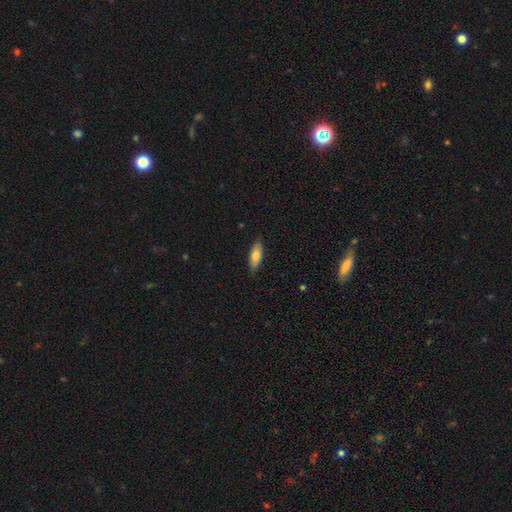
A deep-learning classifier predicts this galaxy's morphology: A smooth galaxy with no disk features (74%) that is in between round and cigar-shaped (68%).

Vote fractions:
- Smooth or featured? smooth: 74% / featured or disk: 20% / star or artifact: 6%
- How rounded? in between: 68% / cigar-shaped: 29% / round: 2%
- Merging? none: 85% / minor disturbance: 12% / major disturbance: 2% / merger: 1%